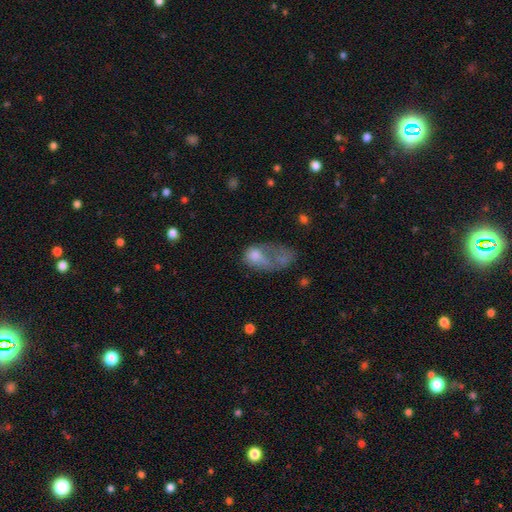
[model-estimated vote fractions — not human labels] Smooth or featured? smooth (59%)
How rounded? in between (78%)
Merging? major disturbance (49%)